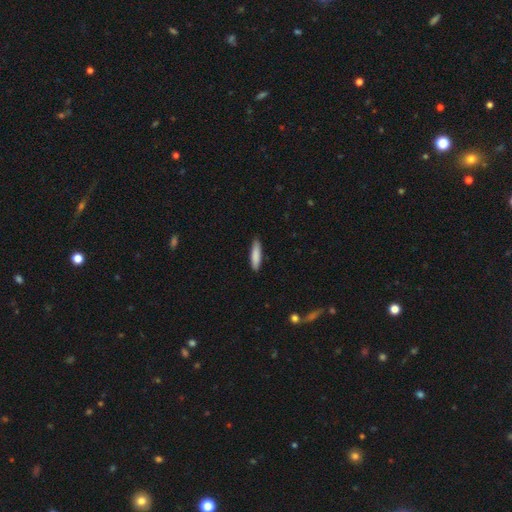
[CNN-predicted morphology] type=smooth (85%); roundness=cigar-shaped (76%); merging=none (87%).